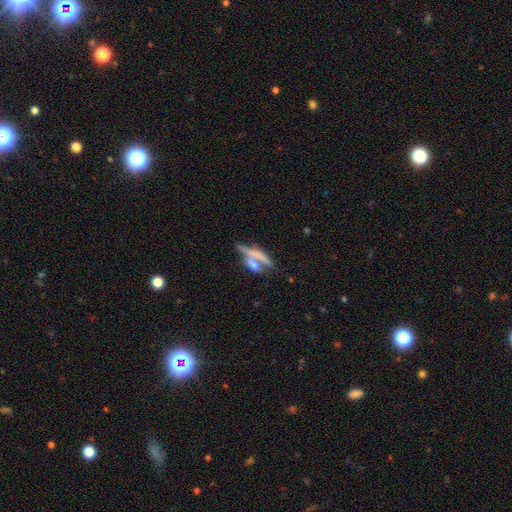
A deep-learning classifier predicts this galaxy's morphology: Smooth or featured: smooth — 49% (featured or disk — 41%)
Merging: merger — 50% (none — 33%)